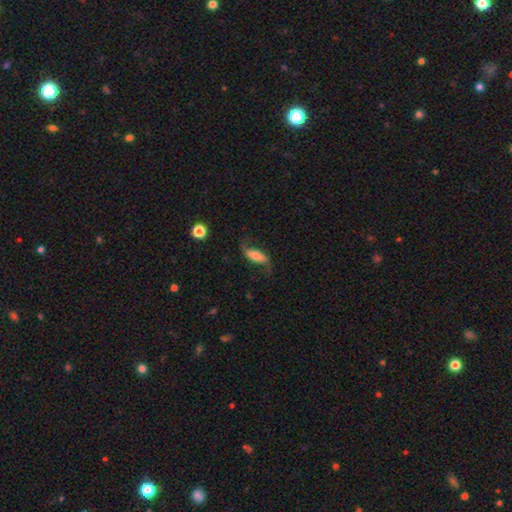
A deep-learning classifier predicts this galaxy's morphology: This is possibly a featured or disk galaxy (57%). It is clearly not viewed edge-on (83%). Merging: likely none (67%).